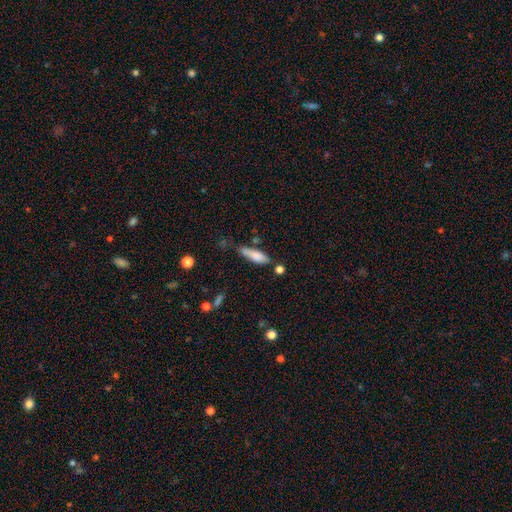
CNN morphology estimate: The model was most divided on "how rounded": cigar-shaped: 57%, in between: 41%, round: 2%. More confident: smooth or featured — smooth (77%); merging — none (51%).